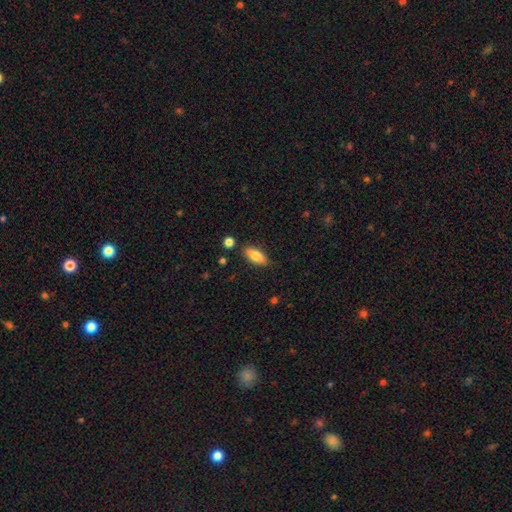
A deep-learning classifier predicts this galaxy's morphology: Q: Smooth or featured?
A: smooth (79%); runner-up: featured or disk (14%)
Q: How rounded?
A: in between (82%); runner-up: cigar-shaped (15%)
Q: Merging?
A: none (84%); runner-up: minor disturbance (11%)